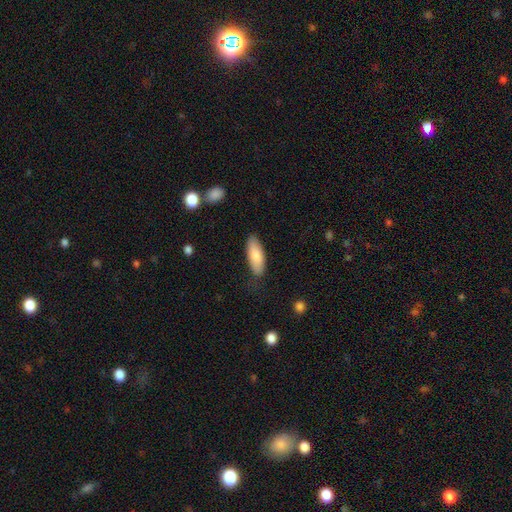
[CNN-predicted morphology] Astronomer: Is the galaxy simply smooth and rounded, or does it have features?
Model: smooth — 80%.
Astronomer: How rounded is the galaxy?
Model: in between — 71%.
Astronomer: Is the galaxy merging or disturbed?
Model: none — 80%.